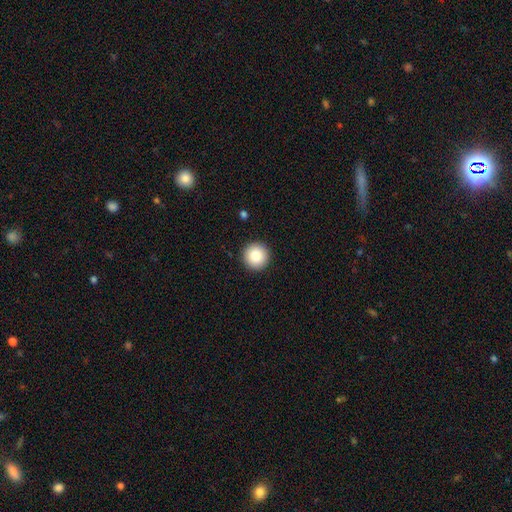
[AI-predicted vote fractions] smooth 84%, star or artifact 9%, featured or disk 7%. Down the decision tree: how rounded — round (96%); merging — none (93%).